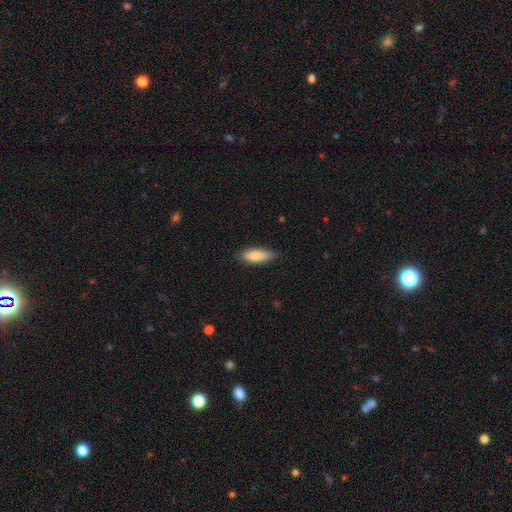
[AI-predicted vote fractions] Q: Smooth or featured?
A: smooth (81%); runner-up: featured or disk (13%)
Q: How rounded?
A: in between (60%); runner-up: cigar-shaped (38%)
Q: Merging?
A: none (81%); runner-up: minor disturbance (15%)